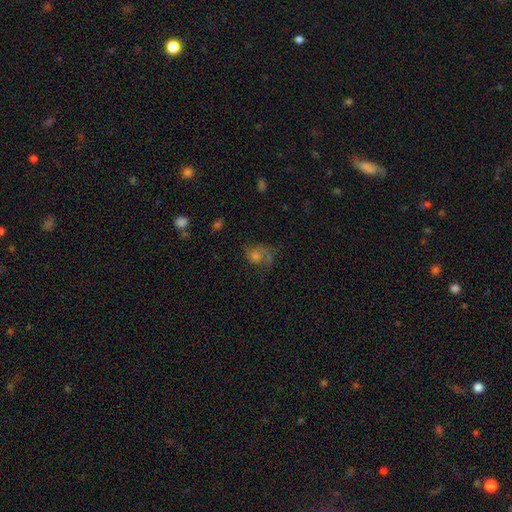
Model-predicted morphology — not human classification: Smooth or featured: featured or disk — 53% (smooth — 32%)
Edge-on disk: no — 97% (yes — 3%)
Bar: no — 77% (weak — 20%)
Spiral arms: yes — 82% (no — 18%)
Bulge size: moderate — 44% (small — 31%)
Merging: none — 49% (major disturbance — 27%)